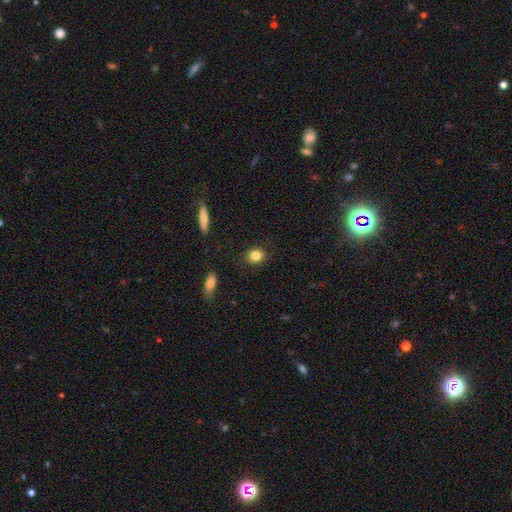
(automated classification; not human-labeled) Smooth or featured? smooth (84%)
How rounded? round (65%)
Merging? none (87%)